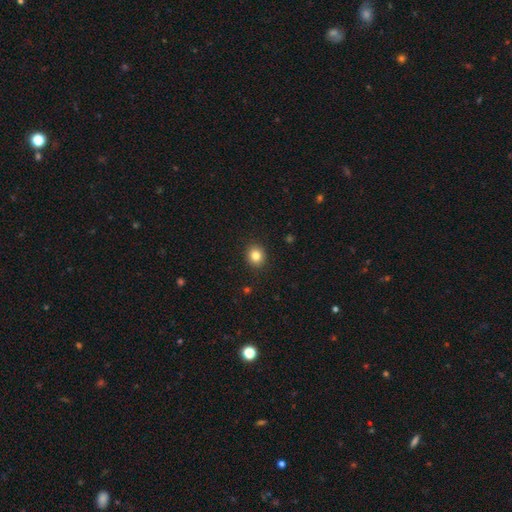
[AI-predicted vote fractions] Q: Smooth or featured?
A: smooth (83%); runner-up: star or artifact (11%)
Q: How rounded?
A: round (81%); runner-up: in between (18%)
Q: Merging?
A: none (91%); runner-up: minor disturbance (6%)